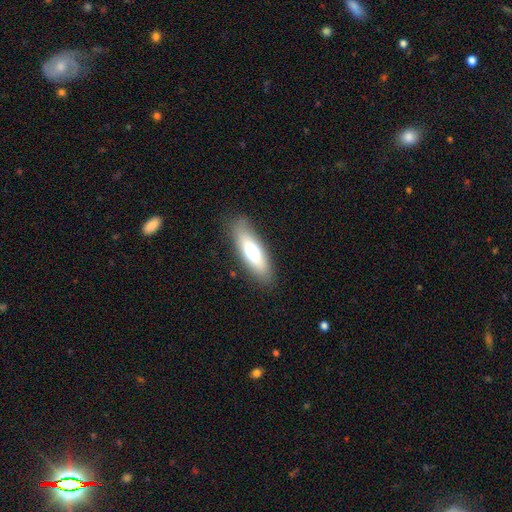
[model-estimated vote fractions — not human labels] smooth-or-featured: smooth: 63% | featured or disk: 30% | star or artifact: 7%
  how-rounded: cigar-shaped: 51% | in between: 47% | round: 2%
  merging: none: 86% | minor disturbance: 10% | major disturbance: 3% | merger: 1%